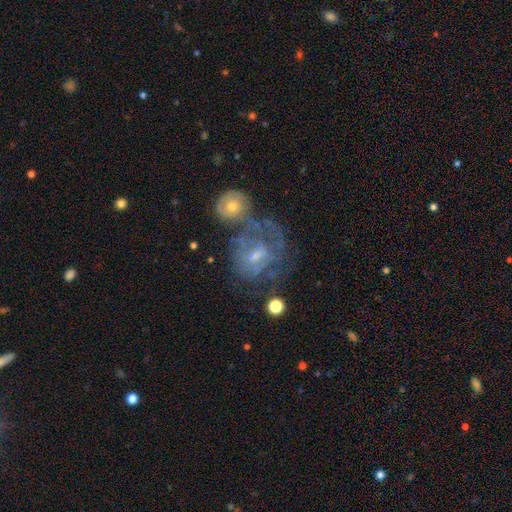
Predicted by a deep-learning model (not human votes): Smooth or featured: featured or disk — 63% (smooth — 25%)
Edge-on disk: no — 96% (yes — 4%)
Bar: no — 53% (weak — 38%)
Spiral arms: no — 50% (tied with yes — 50%)
Bulge size: moderate — 43% (small — 38%)
Merging: merger — 31% (none — 29%)